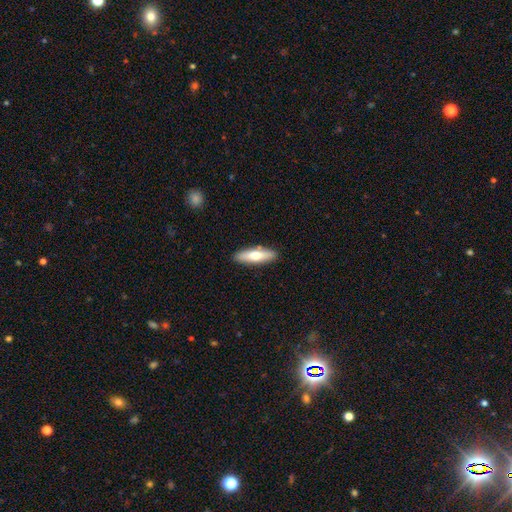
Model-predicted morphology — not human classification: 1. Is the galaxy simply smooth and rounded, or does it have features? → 62% smooth, 32% featured or disk, 6% star or artifact.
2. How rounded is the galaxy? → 59% cigar-shaped, 40% in between, 2% round.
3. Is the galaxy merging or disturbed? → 88% none, 8% minor disturbance, 2% merger, 2% major disturbance.